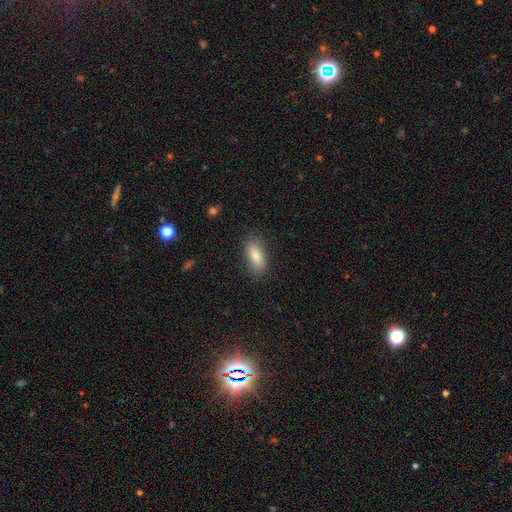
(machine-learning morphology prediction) The model was most divided on "merging": none: 84%, minor disturbance: 12%, major disturbance: 3%, merger: 1%. More confident: smooth or featured — smooth (86%); how rounded — in between (85%).